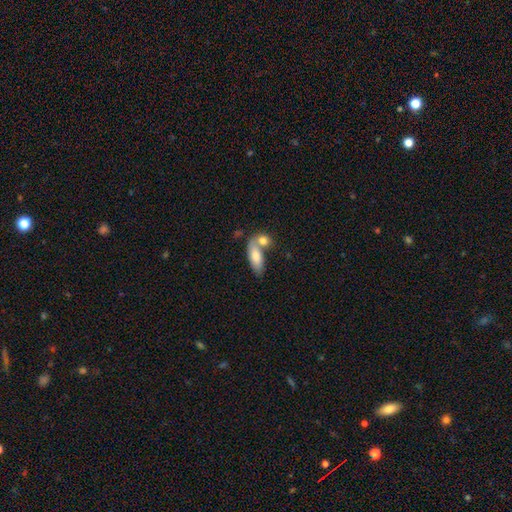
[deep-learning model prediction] This appears to be a smooth galaxy with no disk features (75%) that is in between round and cigar-shaped (75%). Merging: merger (46%).